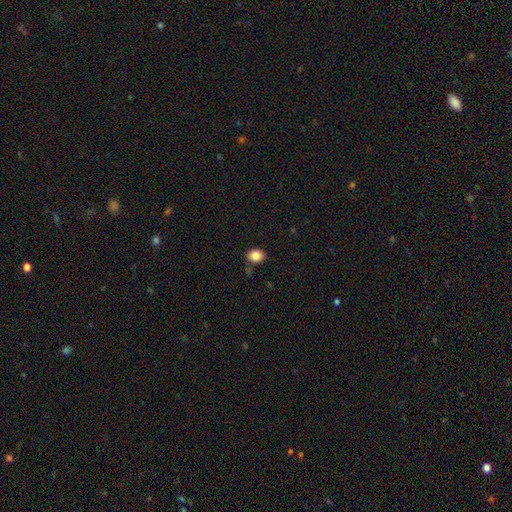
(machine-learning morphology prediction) Q: Smooth or featured?
A: smooth (85%); runner-up: star or artifact (9%)
Q: How rounded?
A: round (54%); runner-up: in between (45%)
Q: Merging?
A: none (84%); runner-up: minor disturbance (10%)